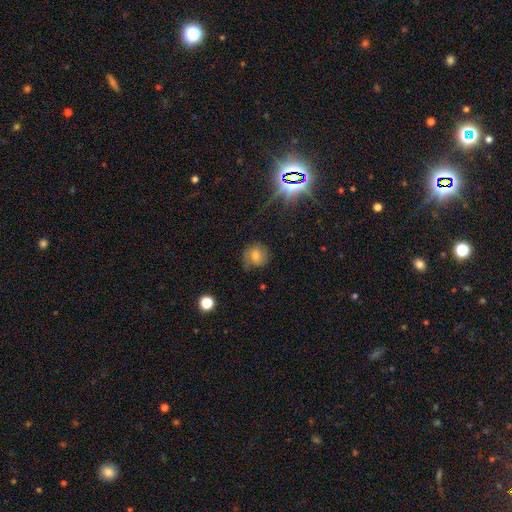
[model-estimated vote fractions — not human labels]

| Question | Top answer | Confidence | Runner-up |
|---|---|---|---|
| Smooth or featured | smooth | 54% | featured or disk (30%) |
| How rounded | round | 79% | in between (20%) |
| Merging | none | 71% | minor disturbance (20%) |